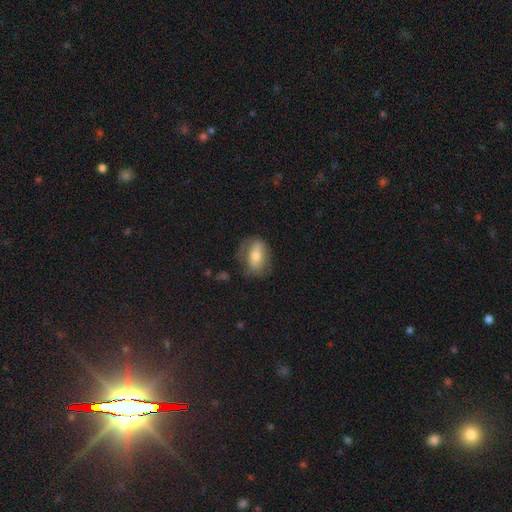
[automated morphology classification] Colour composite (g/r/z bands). It shows a smooth galaxy with no disk features (60%) that is in between round and cigar-shaped (81%). Merging: none (63%).